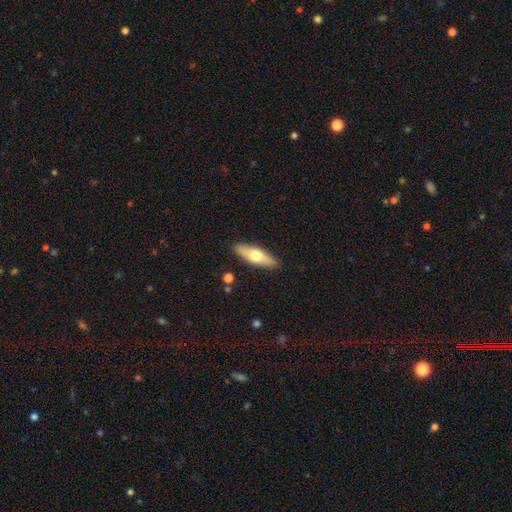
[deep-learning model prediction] Morphology: type=smooth (58%); roundness=in between (56%); merging=none (89%).